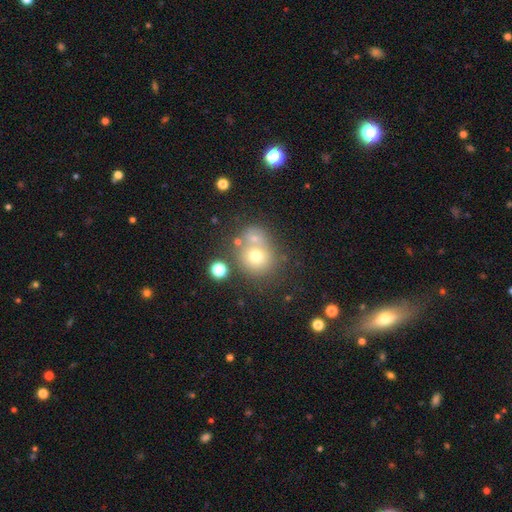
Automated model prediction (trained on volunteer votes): Morphology: type=smooth (67%); roundness=round (81%); merging=none (48%).